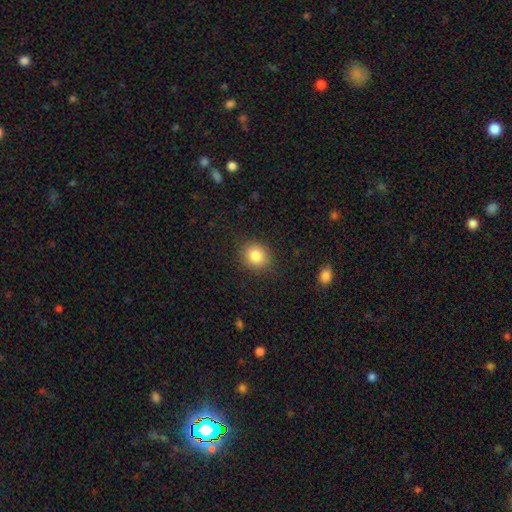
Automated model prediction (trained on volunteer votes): Smooth or featured: smooth — 84% (star or artifact — 9%)
How rounded: round — 74% (in between — 25%)
Merging: none — 87% (minor disturbance — 9%)